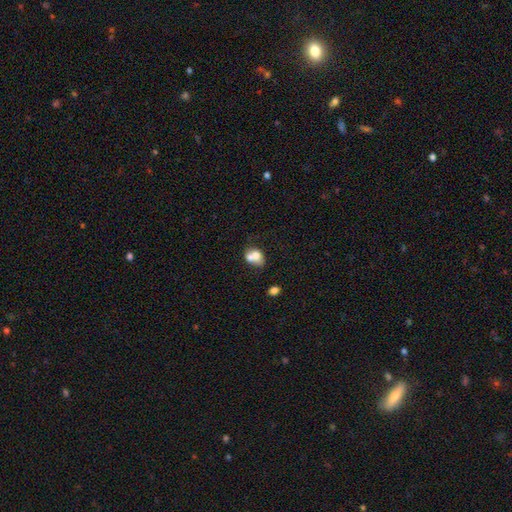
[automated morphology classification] Q: Smooth or featured?
A: smooth (70%); runner-up: featured or disk (21%)
Q: How rounded?
A: in between (54%); runner-up: round (45%)
Q: Merging?
A: merger (60%); runner-up: none (25%)